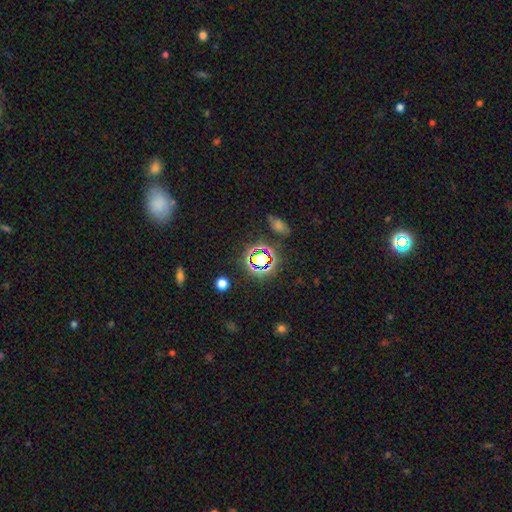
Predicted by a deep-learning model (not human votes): Smooth or featured: star or artifact — 66% (smooth — 24%)